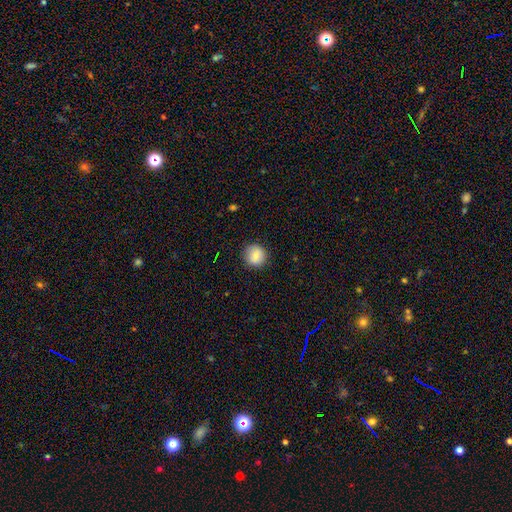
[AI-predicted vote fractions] Q: Smooth or featured?
A: smooth (81%); runner-up: featured or disk (10%)
Q: How rounded?
A: round (91%); runner-up: in between (8%)
Q: Merging?
A: none (88%); runner-up: minor disturbance (9%)